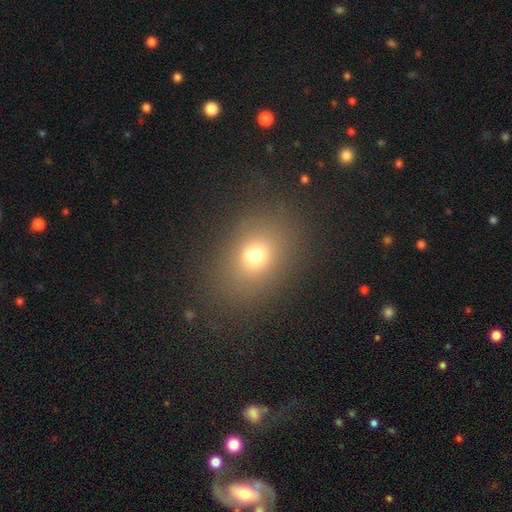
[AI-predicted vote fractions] smooth-or-featured: smooth: 70% | star or artifact: 18% | featured or disk: 13%
  how-rounded: in between: 59% | round: 40% | cigar-shaped: 1%
  merging: none: 79% | minor disturbance: 12% | major disturbance: 7% | merger: 3%